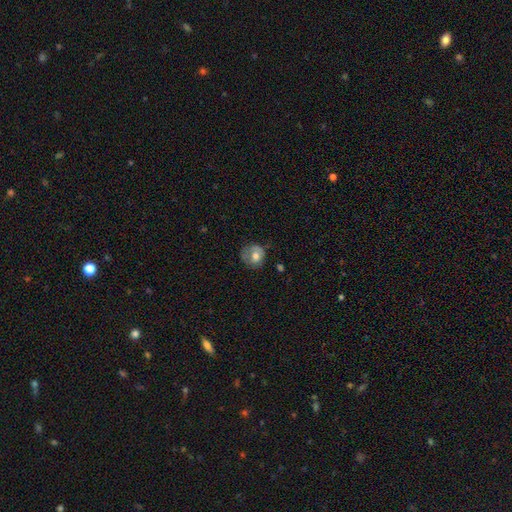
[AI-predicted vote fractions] This is likely a smooth galaxy (64%). How rounded: likely round (79%). Merging: possibly none (56%).